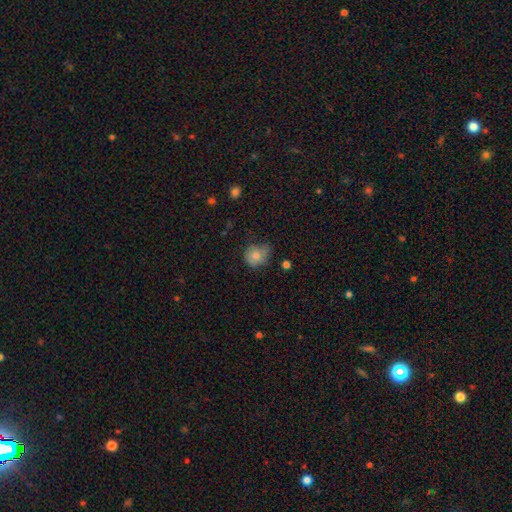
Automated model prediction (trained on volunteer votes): Smooth or featured: smooth — 72% (featured or disk — 18%)
How rounded: round — 77% (in between — 22%)
Merging: none — 52% (minor disturbance — 36%)